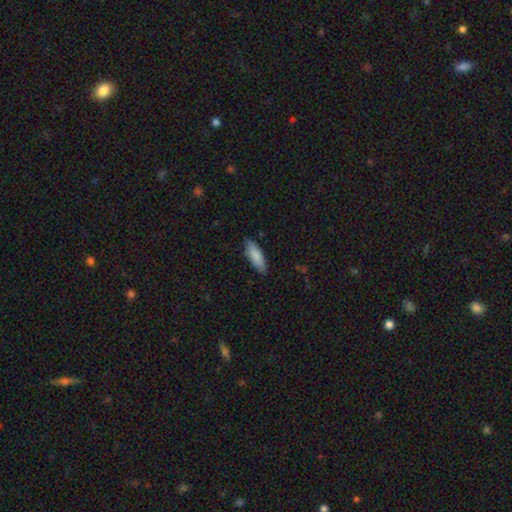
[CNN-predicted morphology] type=smooth (84%); roundness=in between (63%); merging=none (80%).